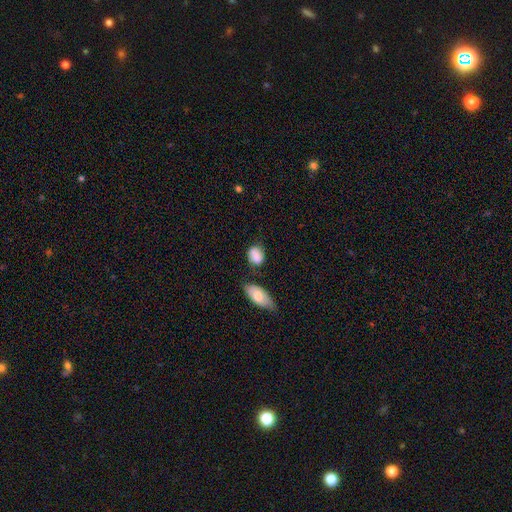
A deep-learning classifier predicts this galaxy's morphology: Overall: smooth (85%). How rounded: in between (68%; round 30%). Merging: none (61%; minor disturbance 22%).